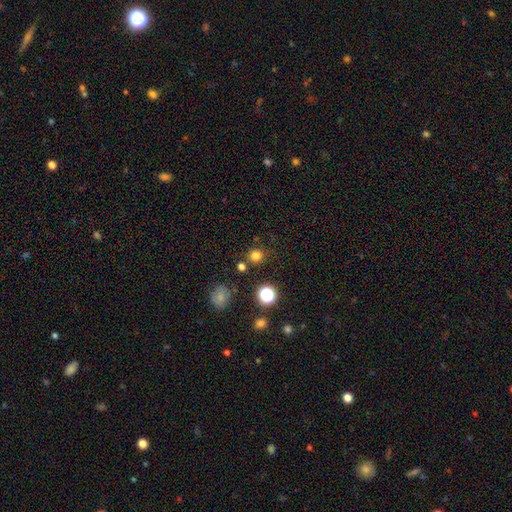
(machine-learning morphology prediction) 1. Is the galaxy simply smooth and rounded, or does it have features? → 76% smooth, 19% star or artifact, 5% featured or disk.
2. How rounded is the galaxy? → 90% round, 9% in between, 1% cigar-shaped.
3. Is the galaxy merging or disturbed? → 82% none, 9% minor disturbance, 5% merger, 3% major disturbance.